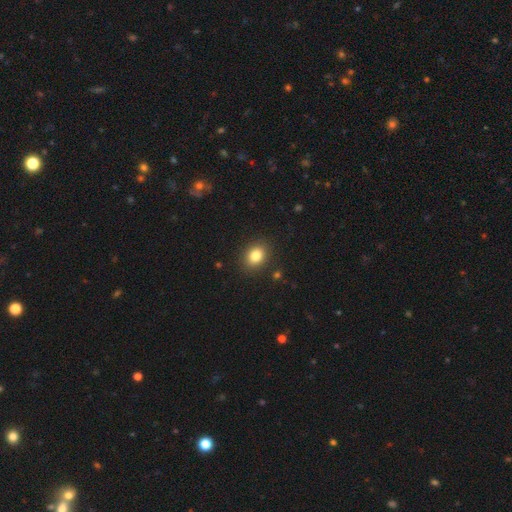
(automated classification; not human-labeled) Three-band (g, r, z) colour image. It shows a smooth galaxy with no disk features (83%) that is in between round and cigar-shaped (55%). Merging: none (88%).